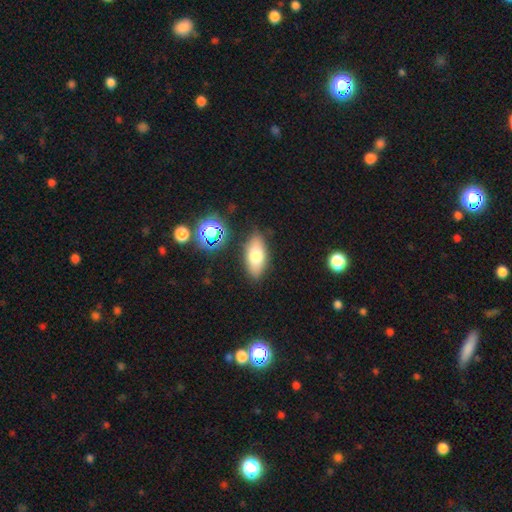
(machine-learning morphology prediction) A smooth galaxy with no disk features (71%) that is in between round and cigar-shaped (86%). Merging: none (84%).